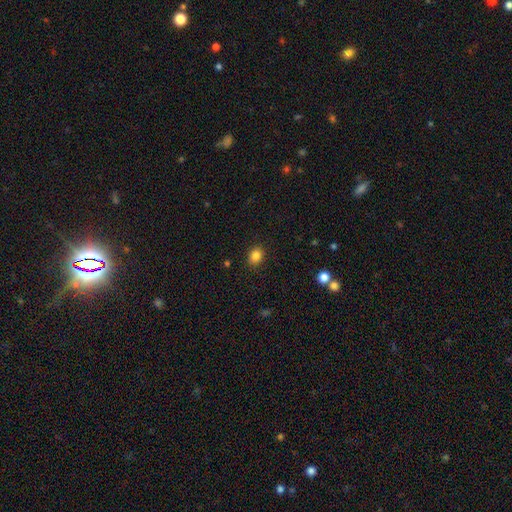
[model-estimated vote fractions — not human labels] Overall: smooth (84%). How rounded: round (53%; in between 46%). Merging: none (88%).